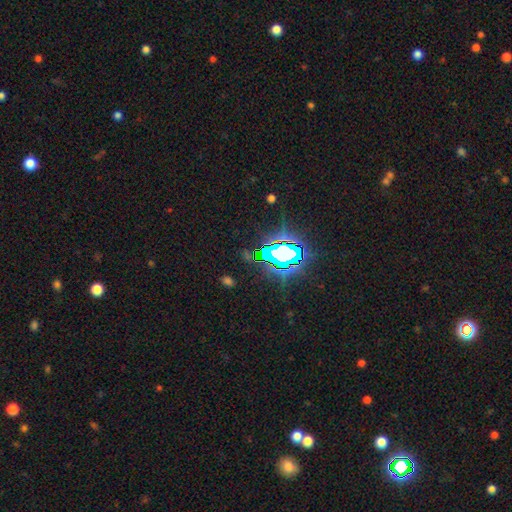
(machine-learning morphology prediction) This appears to be a star or artifact, not a galaxy (77%).